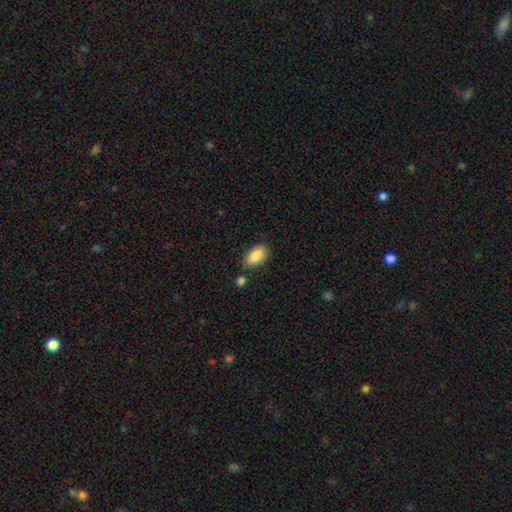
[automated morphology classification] smooth-or-featured: smooth: 86% | featured or disk: 7% | star or artifact: 7%
  how-rounded: in between: 93% | round: 4% | cigar-shaped: 3%
  merging: none: 79% | minor disturbance: 13% | merger: 6% | major disturbance: 3%